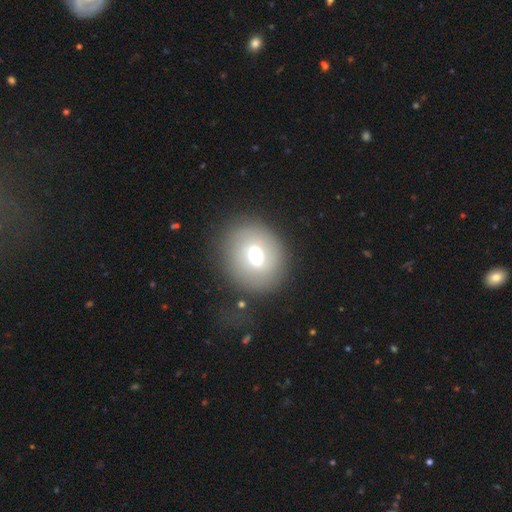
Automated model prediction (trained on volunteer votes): Smooth or featured? smooth (64%)
How rounded? round (75%)
Merging? none (79%)